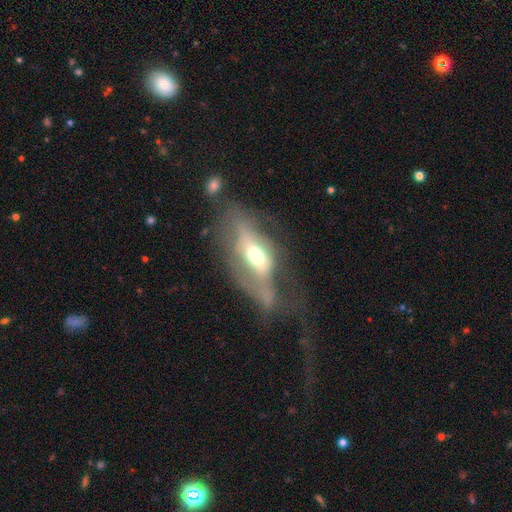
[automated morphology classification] Smooth or featured? Predicted: featured or disk (p=0.56). Edge-on disk? Predicted: no (p=0.75). Merging? Predicted: major disturbance (p=0.54).